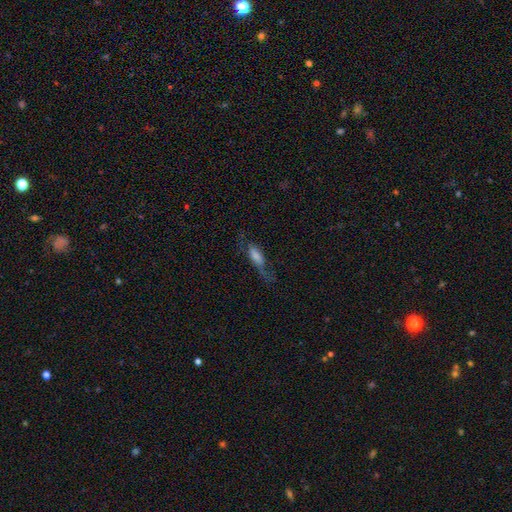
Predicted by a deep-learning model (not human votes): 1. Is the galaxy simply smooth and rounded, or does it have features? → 45% smooth, 43% featured or disk, 13% star or artifact.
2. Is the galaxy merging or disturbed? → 45% none, 29% major disturbance, 23% minor disturbance, 3% merger.